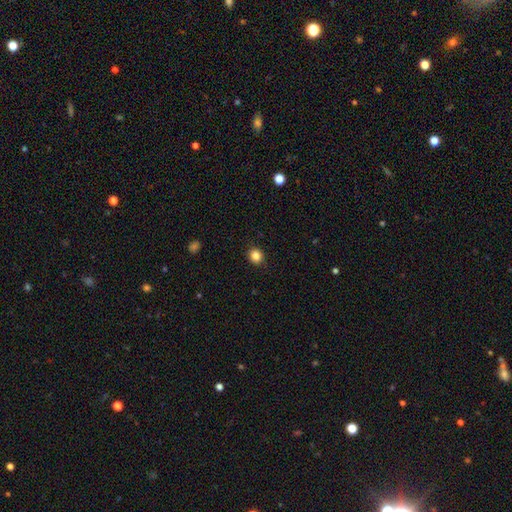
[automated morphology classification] A smooth galaxy with no disk features (85%) that is round (80%).

Vote fractions:
- Smooth or featured? smooth: 85% / star or artifact: 11% / featured or disk: 4%
- How rounded? round: 80% / in between: 19% / cigar-shaped: 1%
- Merging? none: 89% / minor disturbance: 8% / major disturbance: 2% / merger: 1%